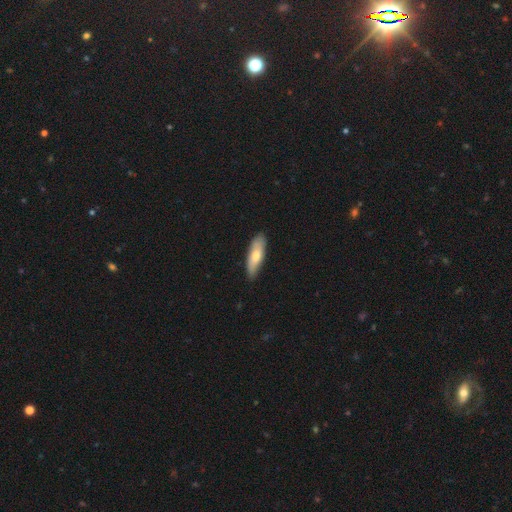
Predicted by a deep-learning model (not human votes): Smooth or featured?
  - smooth: 70% *
  - featured or disk: 25%
  - star or artifact: 5%
How rounded?
  - in between: 52% *
  - cigar-shaped: 46%
  - round: 2%
Merging?
  - none: 83% *
  - minor disturbance: 14%
  - major disturbance: 2%
  - merger: 1%